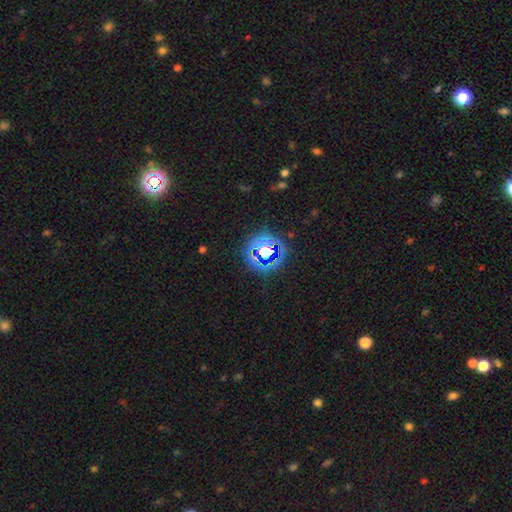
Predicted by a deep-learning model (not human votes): This is likely a star or artifact rather than a galaxy (69%).